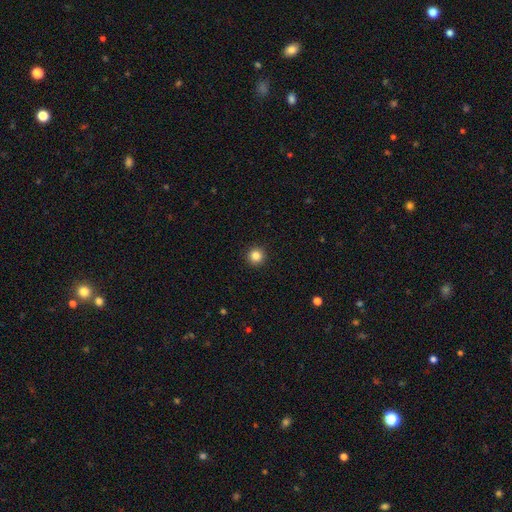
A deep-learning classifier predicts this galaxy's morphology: Smooth or featured: smooth — 85% (star or artifact — 11%)
How rounded: round — 96% (in between — 3%)
Merging: none — 93% (minor disturbance — 4%)